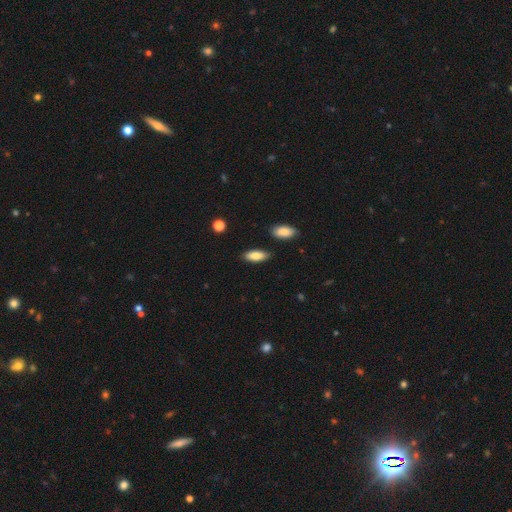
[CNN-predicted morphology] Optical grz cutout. It shows a smooth galaxy with no disk features (85%) that is in between round and cigar-shaped (81%). Merging: none (85%).